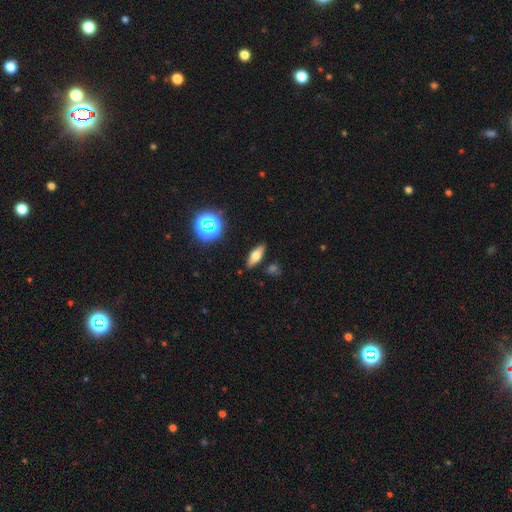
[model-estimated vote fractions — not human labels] Smooth or featured?
  - smooth: 59% *
  - featured or disk: 29%
  - star or artifact: 12%
How rounded?
  - in between: 62% *
  - cigar-shaped: 32%
  - round: 6%
Merging?
  - none: 86% *
  - minor disturbance: 9%
  - merger: 2%
  - major disturbance: 2%